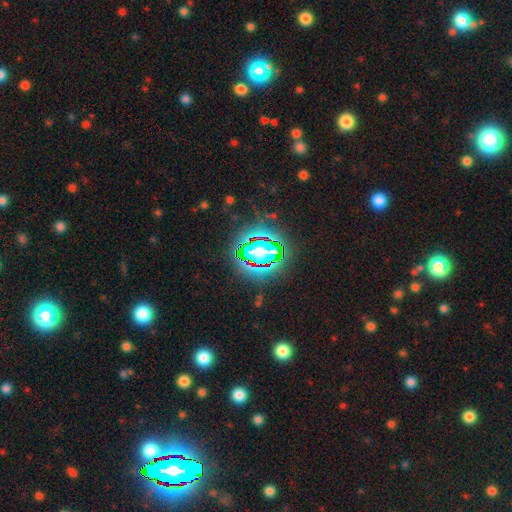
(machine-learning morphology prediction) A star or artifact, not a galaxy (81%).